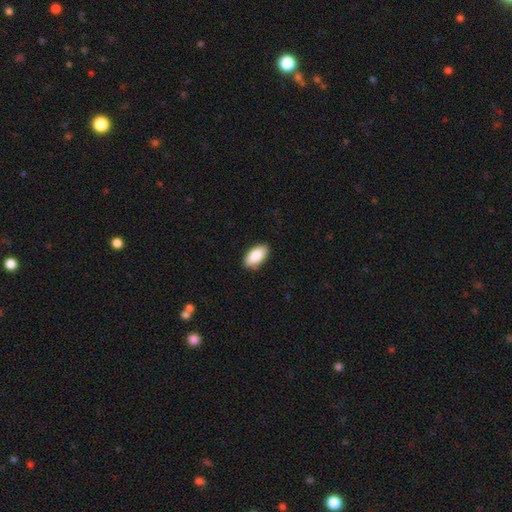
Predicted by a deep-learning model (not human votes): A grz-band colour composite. It shows a smooth galaxy with no disk features (88%) that is in between round and cigar-shaped (94%). Merging: none (89%).